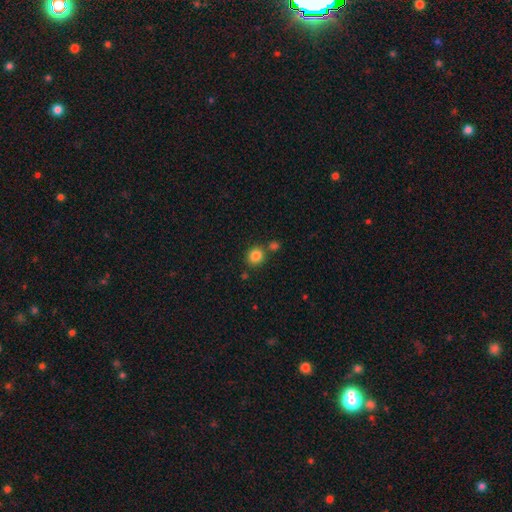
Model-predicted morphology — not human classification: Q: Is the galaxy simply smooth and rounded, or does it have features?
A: smooth — 84%.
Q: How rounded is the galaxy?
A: round — 87%.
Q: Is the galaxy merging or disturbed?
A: none — 76%.